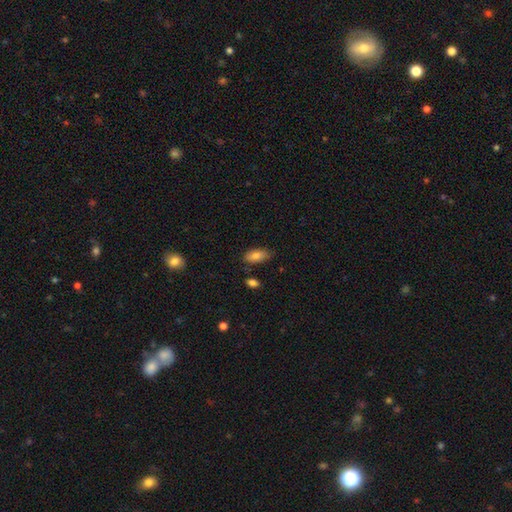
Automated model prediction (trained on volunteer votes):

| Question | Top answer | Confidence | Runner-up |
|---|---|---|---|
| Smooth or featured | smooth | 83% | featured or disk (10%) |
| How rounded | in between | 91% | cigar-shaped (6%) |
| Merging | none | 76% | minor disturbance (17%) |